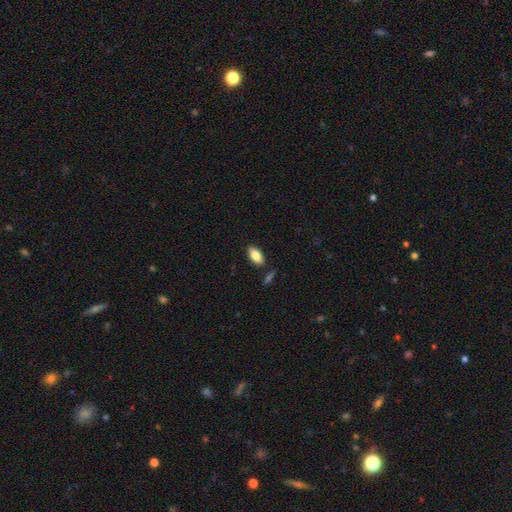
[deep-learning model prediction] This is clearly a smooth galaxy (83%). How rounded: clearly in between (91%). Merging: clearly none (85%).